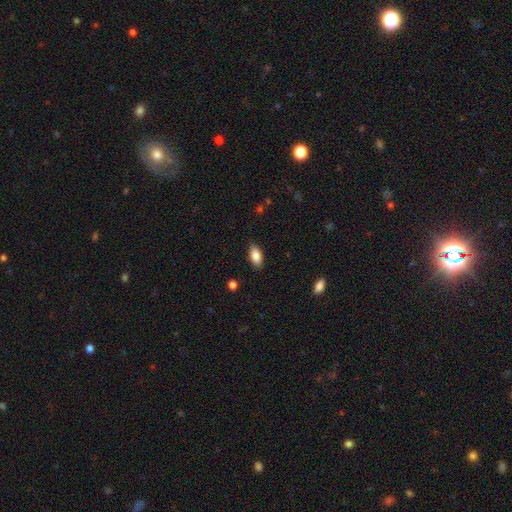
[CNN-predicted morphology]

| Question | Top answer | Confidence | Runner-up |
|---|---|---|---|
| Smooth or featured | smooth | 85% | featured or disk (8%) |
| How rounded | in between | 90% | cigar-shaped (7%) |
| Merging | none | 86% | minor disturbance (10%) |